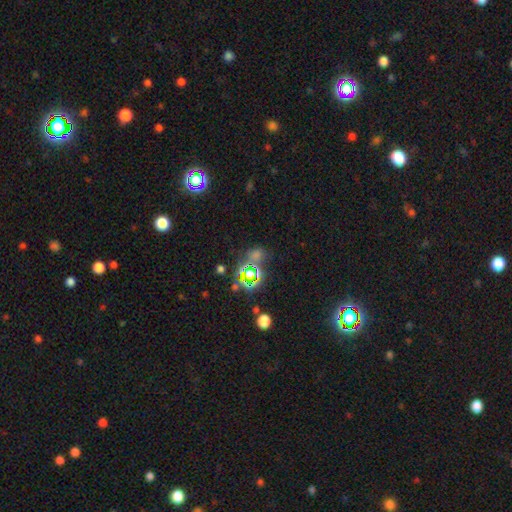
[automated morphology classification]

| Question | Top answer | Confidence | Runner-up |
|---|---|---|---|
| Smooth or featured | star or artifact | 62% | smooth (30%) |